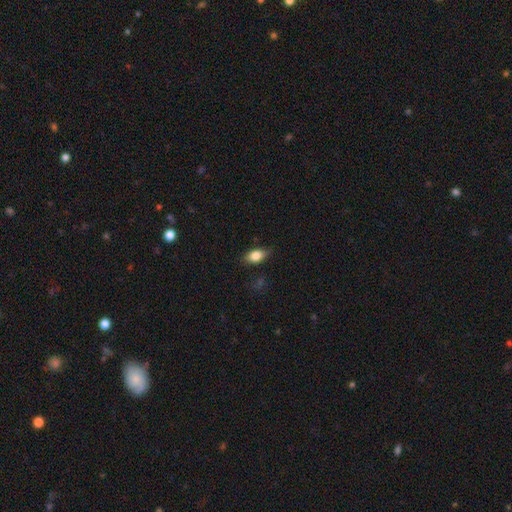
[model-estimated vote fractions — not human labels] Smooth or featured?
  - smooth: 79% *
  - featured or disk: 13%
  - star or artifact: 8%
How rounded?
  - in between: 84% *
  - round: 9%
  - cigar-shaped: 7%
Merging?
  - none: 79% *
  - minor disturbance: 17%
  - major disturbance: 3%
  - merger: 1%